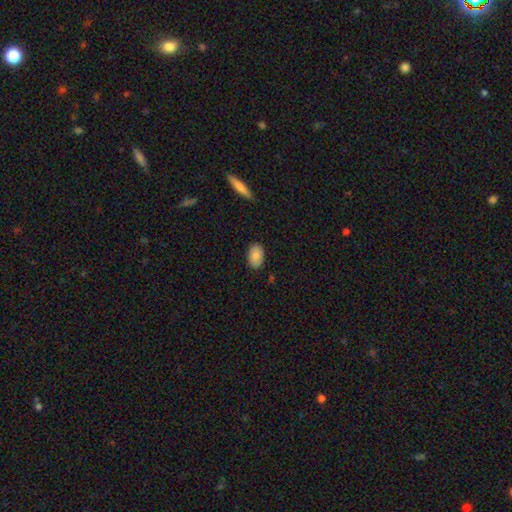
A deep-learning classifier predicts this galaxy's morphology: A smooth galaxy with no disk features (88%) that is in between round and cigar-shaped (93%).

Vote fractions:
- Smooth or featured? smooth: 88% / star or artifact: 7% / featured or disk: 5%
- How rounded? in between: 93% / round: 6% / cigar-shaped: 2%
- Merging? none: 86% / minor disturbance: 10% / major disturbance: 2% / merger: 1%